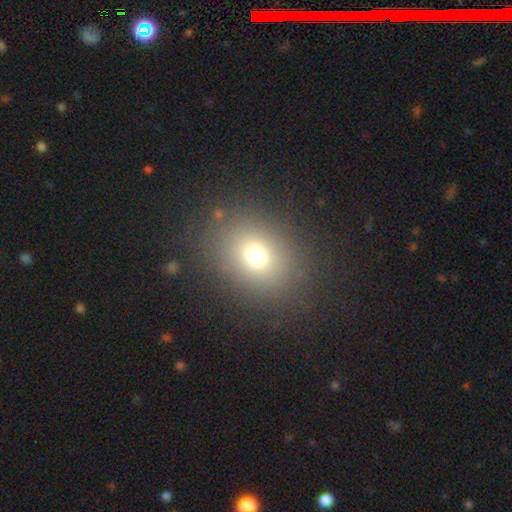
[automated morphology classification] smooth 72%, star or artifact 17%, featured or disk 11%. Down the decision tree: how rounded — round (53%); merging — none (84%).